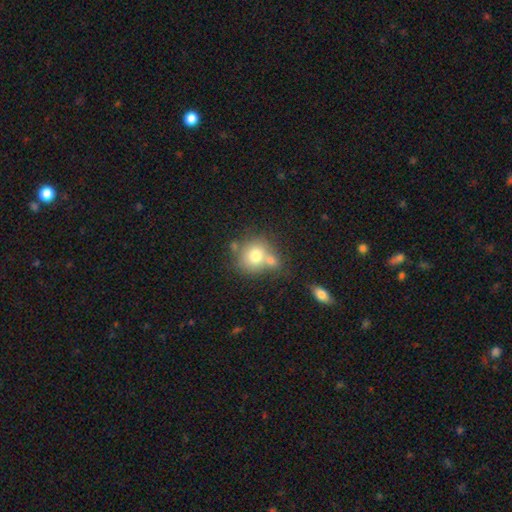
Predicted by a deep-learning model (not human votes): smooth 73%, featured or disk 16%, star or artifact 11%. Down the decision tree: how rounded — round (80%); merging — none (48%).